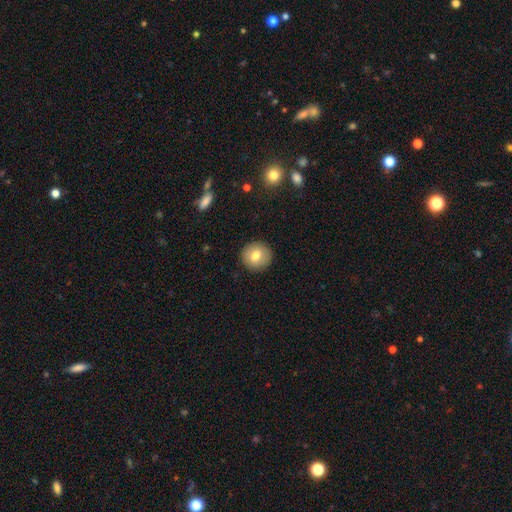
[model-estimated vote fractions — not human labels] Morphology: type=smooth (74%); roundness=round (91%); merging=none (91%).